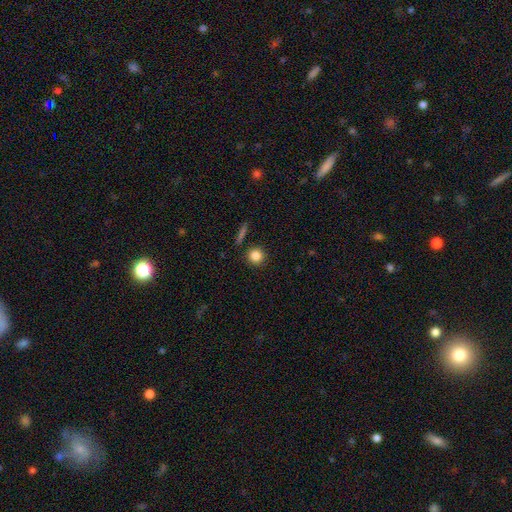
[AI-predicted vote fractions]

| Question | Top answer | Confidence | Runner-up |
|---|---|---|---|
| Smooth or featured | smooth | 84% | star or artifact (10%) |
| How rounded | round | 93% | in between (6%) |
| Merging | none | 89% | minor disturbance (6%) |